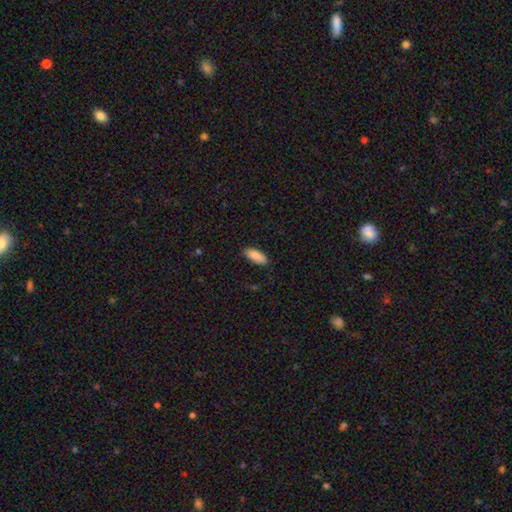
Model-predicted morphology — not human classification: type=smooth (89%); roundness=in between (86%); merging=none (84%).